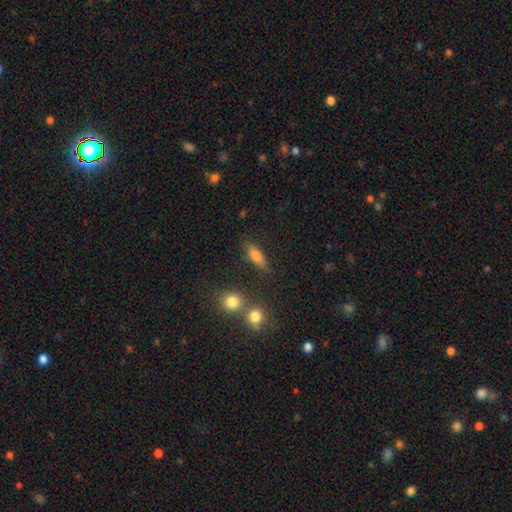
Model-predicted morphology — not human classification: A smooth galaxy with no disk features (75%) that is in between round and cigar-shaped (54%). Merging: none (70%).